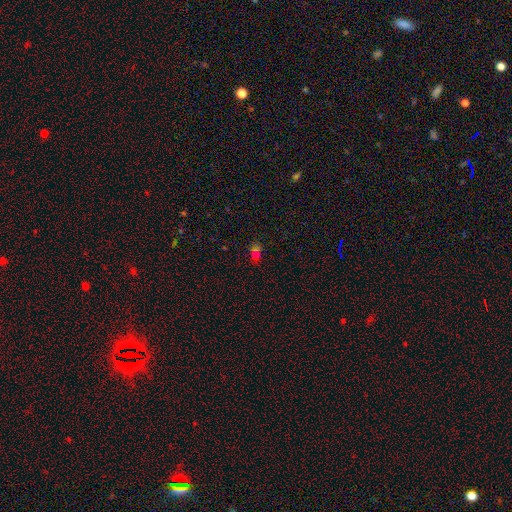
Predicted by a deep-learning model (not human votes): Smooth or featured?
  - smooth: 58% *
  - star or artifact: 33%
  - featured or disk: 10%
How rounded?
  - in between: 63% *
  - round: 33%
  - cigar-shaped: 5%
Merging?
  - none: 53% *
  - merger: 29%
  - minor disturbance: 12%
  - major disturbance: 6%